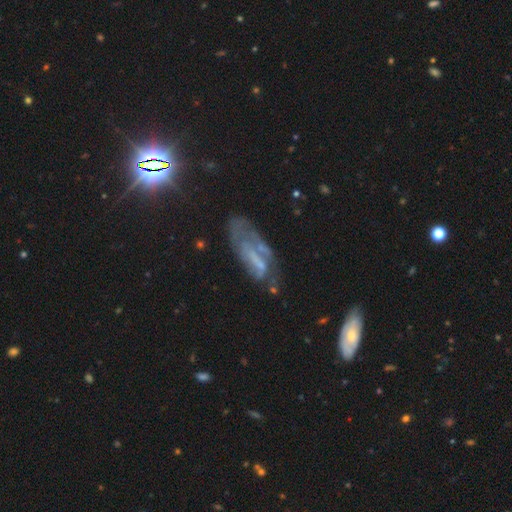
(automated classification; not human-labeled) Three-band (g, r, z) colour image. It shows a featured or disk galaxy (60%) with no bar (51%), spiral arms (52%) and no central bulge (54%). Merging: none (41%).